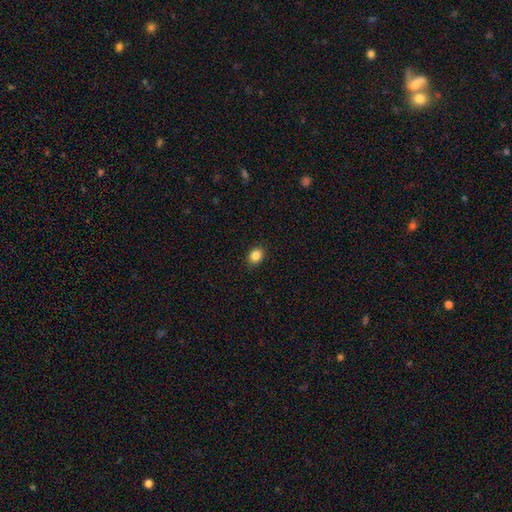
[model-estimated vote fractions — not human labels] A smooth galaxy with no disk features (85%) that is round (54%).

Vote fractions:
- Smooth or featured? smooth: 85% / star or artifact: 10% / featured or disk: 5%
- How rounded? round: 54% / in between: 45% / cigar-shaped: 1%
- Merging? none: 90% / minor disturbance: 8% / major disturbance: 2% / merger: 1%